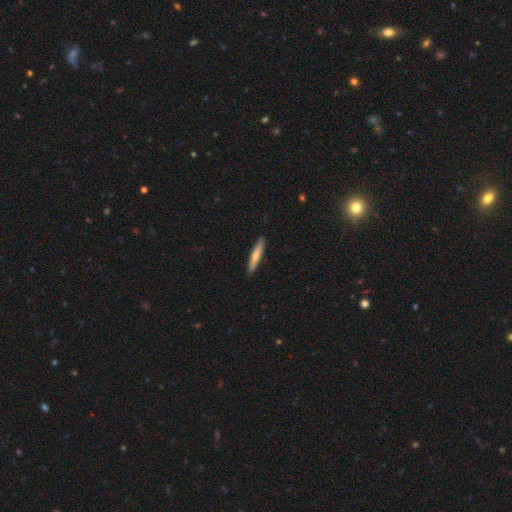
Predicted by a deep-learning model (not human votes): smooth_or_featured: smooth (p=0.72) [alt: featured or disk p=0.23]
how_rounded: cigar-shaped (p=0.92) [alt: in between p=0.07]
merging: none (p=0.91) [alt: minor disturbance p=0.07]